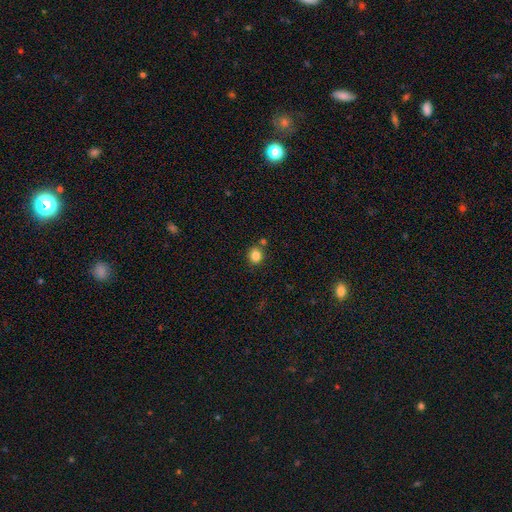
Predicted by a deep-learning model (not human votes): smooth-or-featured: smooth: 84% | star or artifact: 11% | featured or disk: 5%
  how-rounded: round: 80% | in between: 19% | cigar-shaped: 1%
  merging: none: 78% | merger: 10% | minor disturbance: 10% | major disturbance: 3%